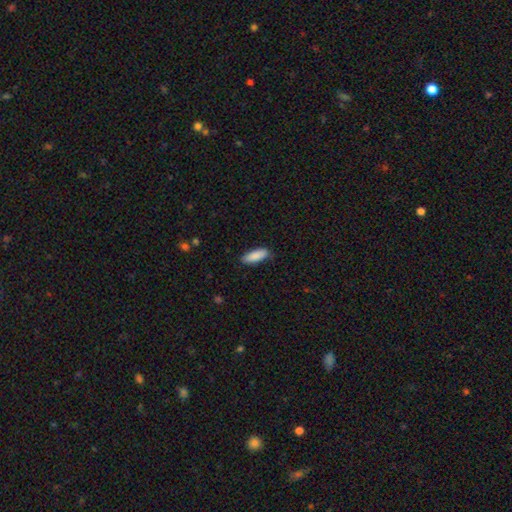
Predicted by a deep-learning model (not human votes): Smooth or featured?
  - smooth: 89% *
  - star or artifact: 6%
  - featured or disk: 5%
How rounded?
  - in between: 66% *
  - cigar-shaped: 32%
  - round: 2%
Merging?
  - none: 85% *
  - minor disturbance: 12%
  - major disturbance: 2%
  - merger: 1%